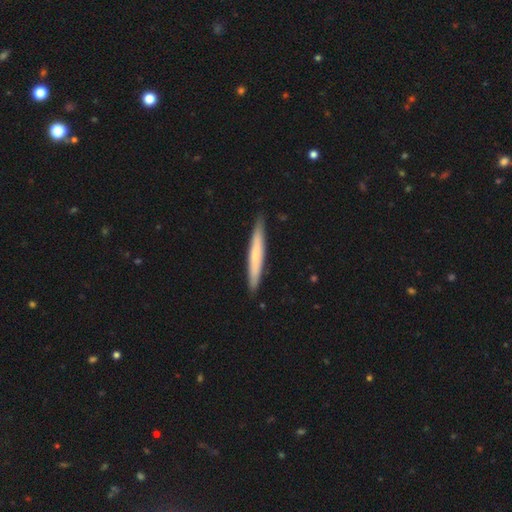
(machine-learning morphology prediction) A smooth galaxy with no disk features (61%) that is cigar-shaped (96%). Merging: none (88%).